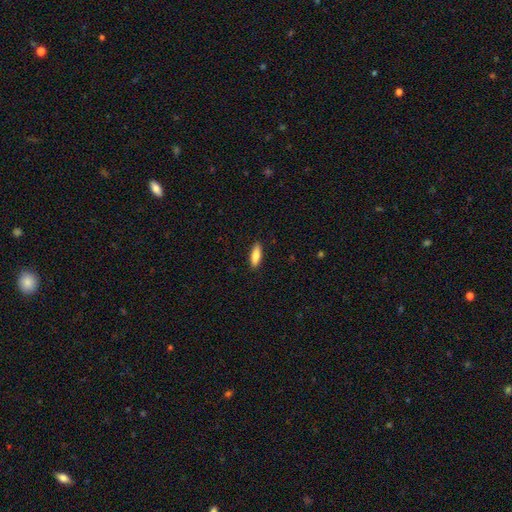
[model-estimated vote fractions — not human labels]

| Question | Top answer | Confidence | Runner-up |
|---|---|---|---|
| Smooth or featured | smooth | 83% | featured or disk (11%) |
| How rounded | in between | 56% | cigar-shaped (43%) |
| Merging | none | 89% | minor disturbance (9%) |